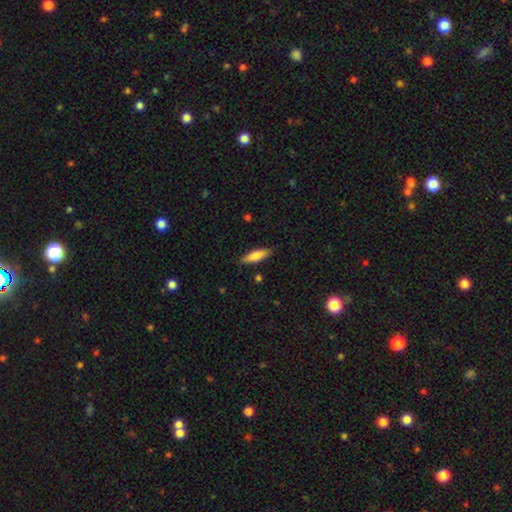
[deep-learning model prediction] Overall: smooth (79%). How rounded: cigar-shaped (53%; in between 45%). Merging: none (84%).